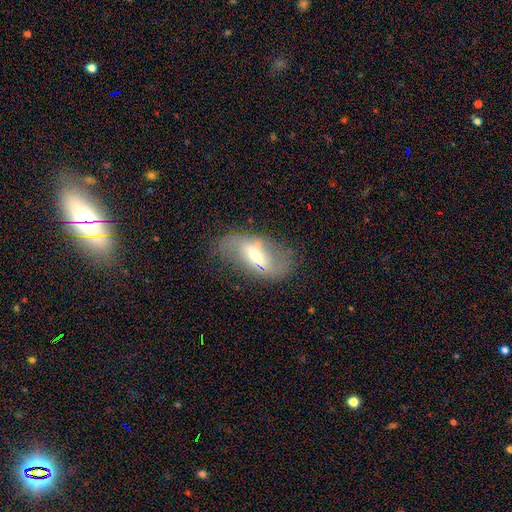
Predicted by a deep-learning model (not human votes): Smooth or featured?
  - featured or disk: 63% *
  - smooth: 29%
  - star or artifact: 8%
Edge-on disk?
  - no: 87% *
  - yes: 13%
Bar?
  - weak: 41% *
  - strong: 40%
  - no: 19%
Spiral arms?
  - yes: 60% *
  - no: 40%
Bulge size?
  - moderate: 57% *
  - small: 31%
  - large: 8%
  - none: 2%
  - dominant: 2%
Merging?
  - none: 64% *
  - minor disturbance: 22%
  - major disturbance: 13%
  - merger: 2%